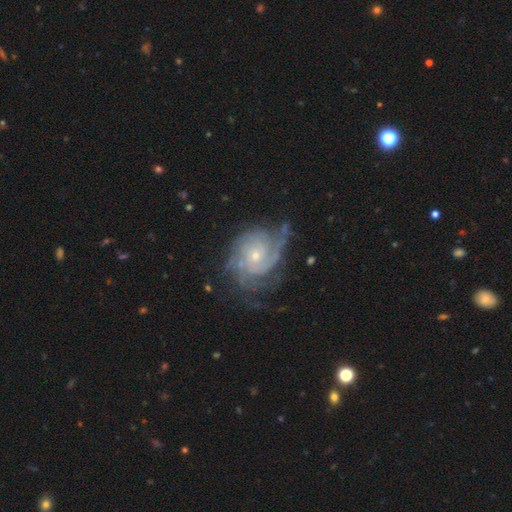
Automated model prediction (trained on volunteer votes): Q: Smooth or featured?
A: featured or disk (87%); runner-up: smooth (7%)
Q: Edge-on disk?
A: no (97%); runner-up: yes (3%)
Q: Bar?
A: no (75%); runner-up: weak (21%)
Q: Spiral arms?
A: yes (96%); runner-up: no (4%)
Q: Spiral winding?
A: tight (58%); runner-up: medium (32%)
Q: Spiral arm count?
A: can't tell (30%); runner-up: 3 (20%)
Q: Bulge size?
A: small (68%); runner-up: moderate (28%)
Q: Merging?
A: none (61%); runner-up: minor disturbance (22%)